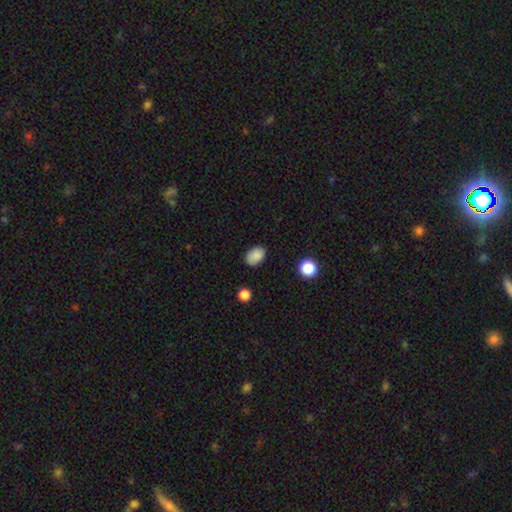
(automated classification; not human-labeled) smooth_or_featured: smooth (p=0.87) [alt: star or artifact p=0.09]
how_rounded: in between (p=0.82) [alt: round p=0.17]
merging: none (p=0.85) [alt: minor disturbance p=0.11]